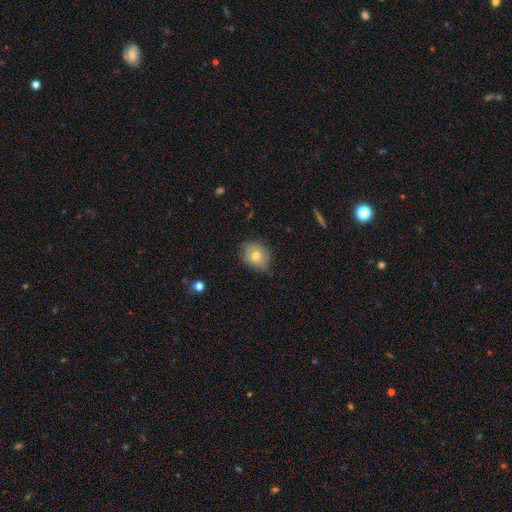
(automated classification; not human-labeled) Smooth or featured?
  - smooth: 71% *
  - featured or disk: 19%
  - star or artifact: 10%
How rounded?
  - round: 56% *
  - in between: 43%
  - cigar-shaped: 1%
Merging?
  - none: 69% *
  - minor disturbance: 25%
  - major disturbance: 5%
  - merger: 1%